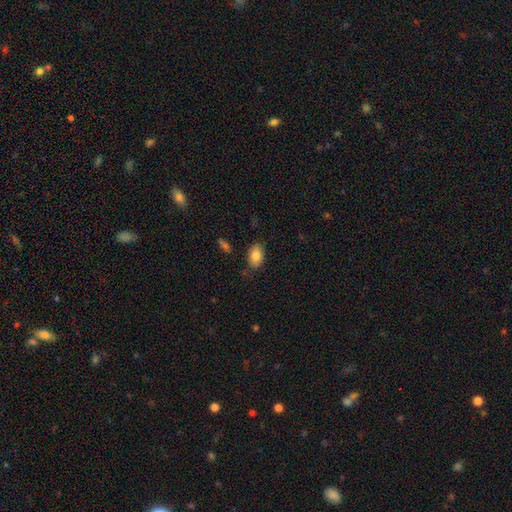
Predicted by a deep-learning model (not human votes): smooth-or-featured: smooth: 83% | featured or disk: 9% | star or artifact: 8%
  how-rounded: in between: 89% | round: 10% | cigar-shaped: 2%
  merging: none: 77% | minor disturbance: 17% | major disturbance: 3% | merger: 2%